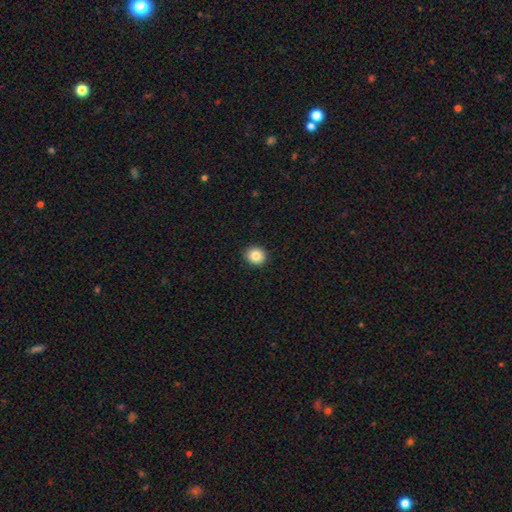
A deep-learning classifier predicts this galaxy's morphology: This appears to be a smooth galaxy with no disk features (85%) that is round (83%). Merging: none (92%).